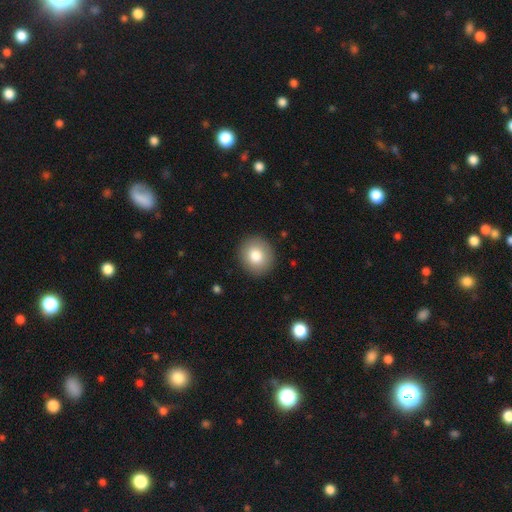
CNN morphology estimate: This appears to be a smooth galaxy with no disk features (81%) that is round (86%). Merging: none (91%).